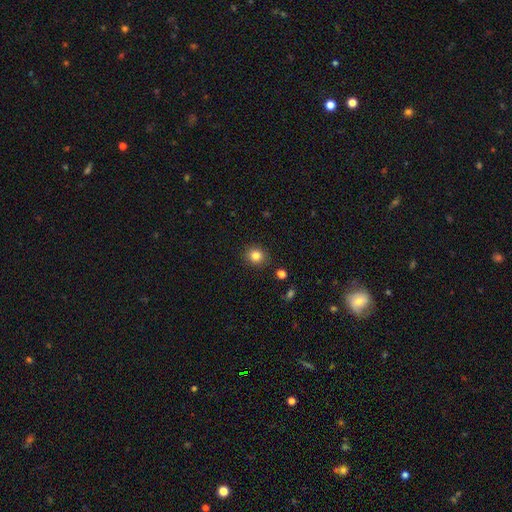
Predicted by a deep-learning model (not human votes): The model was most divided on "how rounded": round: 82%, in between: 17%, cigar-shaped: 1%. More confident: merging — none (89%); smooth or featured — smooth (83%).